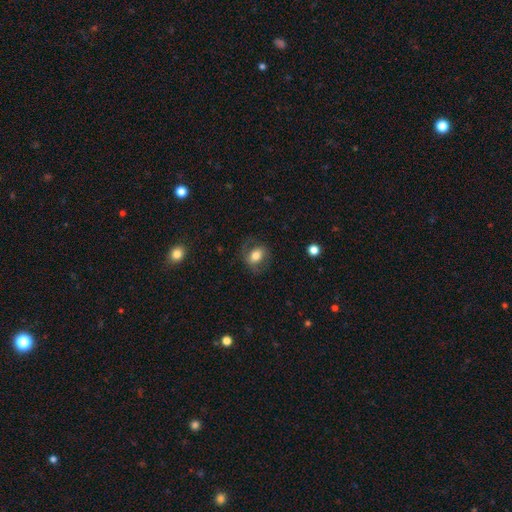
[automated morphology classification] The model was most divided on "how rounded": in between: 60%, round: 39%, cigar-shaped: 1%. More confident: merging — none (67%); smooth or featured — smooth (62%).